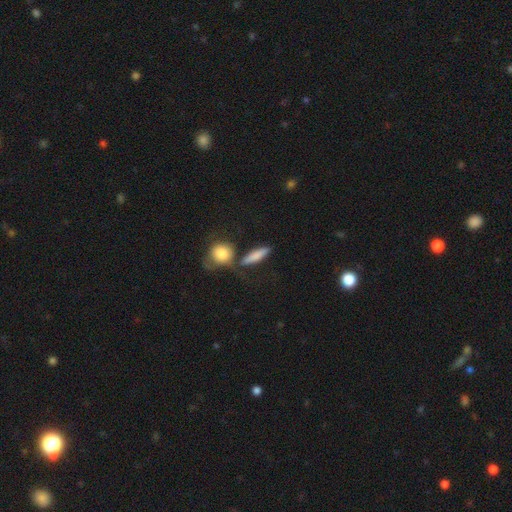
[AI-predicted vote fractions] smooth 76%, featured or disk 16%, star or artifact 7%. Down the decision tree: how rounded — cigar-shaped (57%); merging — none (59%).